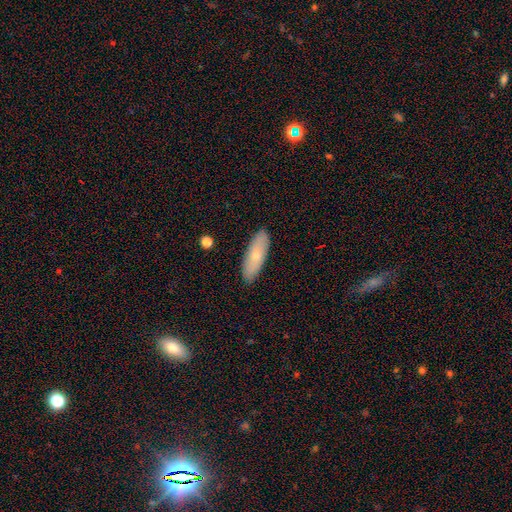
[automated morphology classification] Smooth or featured? Predicted: smooth (p=0.67). How rounded? Predicted: in between (p=0.60). Merging? Predicted: none (p=0.89).